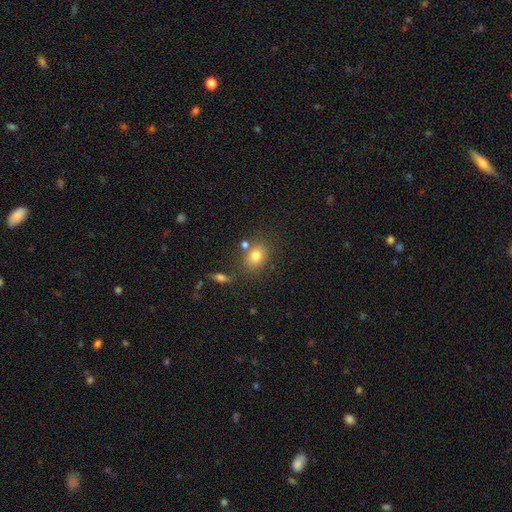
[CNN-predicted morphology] Smooth or featured? Predicted: smooth (p=0.77). How rounded? Predicted: in between (p=0.56). Merging? Predicted: none (p=0.69).